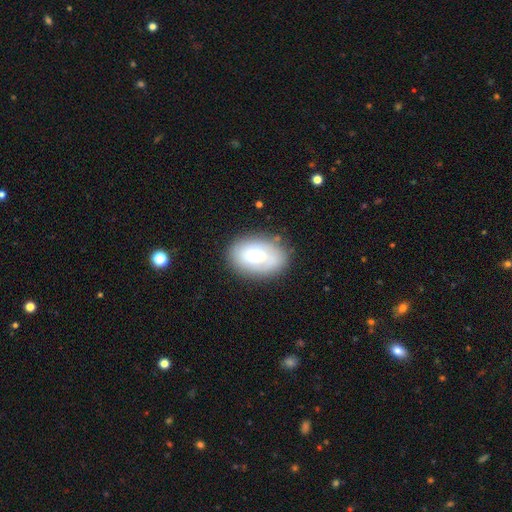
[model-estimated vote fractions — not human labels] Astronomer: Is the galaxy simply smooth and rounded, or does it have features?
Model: smooth — 62%.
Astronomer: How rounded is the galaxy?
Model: in between — 85%.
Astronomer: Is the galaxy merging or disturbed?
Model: none — 73%.